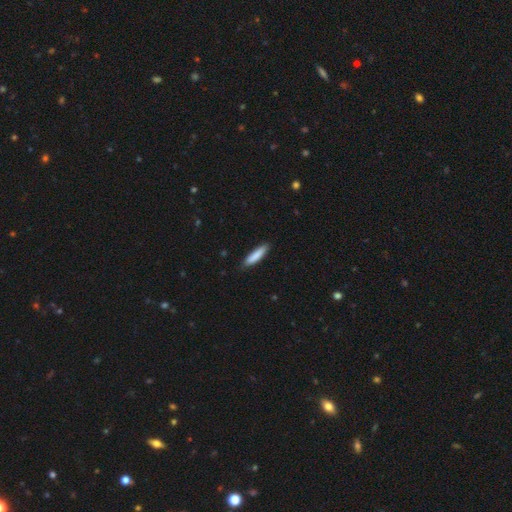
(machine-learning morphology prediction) Smooth or featured?
  - smooth: 85% *
  - featured or disk: 9%
  - star or artifact: 6%
How rounded?
  - cigar-shaped: 83% *
  - in between: 15%
  - round: 1%
Merging?
  - none: 87% *
  - minor disturbance: 11%
  - major disturbance: 2%
  - merger: 1%